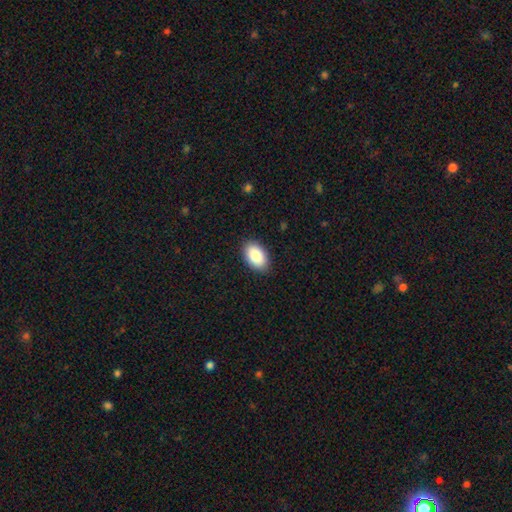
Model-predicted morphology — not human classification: type=smooth (86%); roundness=in between (92%); merging=none (88%).